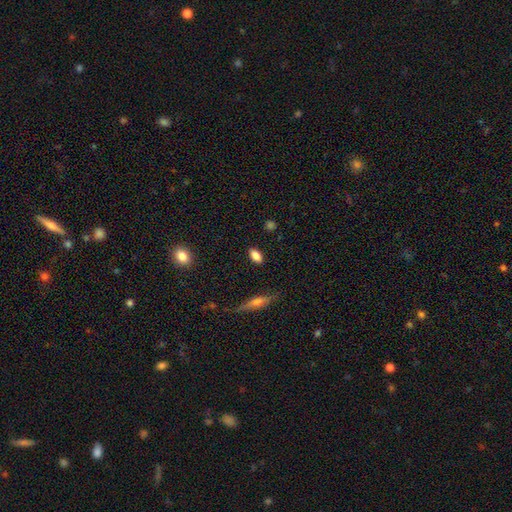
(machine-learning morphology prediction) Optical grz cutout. It shows a smooth galaxy with no disk features (83%) that is in between round and cigar-shaped (87%). Merging: none (87%).